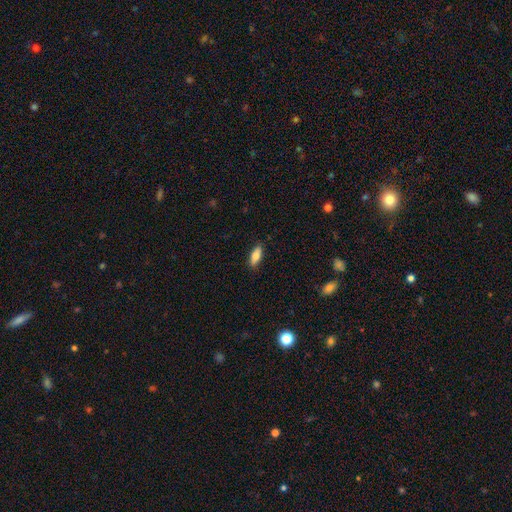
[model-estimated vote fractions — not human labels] A smooth galaxy with no disk features (74%) that is in between round and cigar-shaped (70%).

Vote fractions:
- Smooth or featured? smooth: 74% / featured or disk: 20% / star or artifact: 6%
- How rounded? in between: 70% / cigar-shaped: 28% / round: 2%
- Merging? none: 86% / minor disturbance: 11% / major disturbance: 2% / merger: 1%